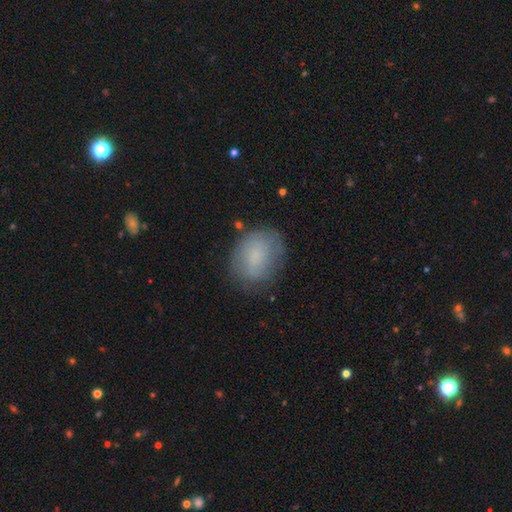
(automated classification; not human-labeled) Smooth or featured? Predicted: smooth (p=0.73). How rounded? Predicted: in between (p=0.58). Merging? Predicted: none (p=0.73).